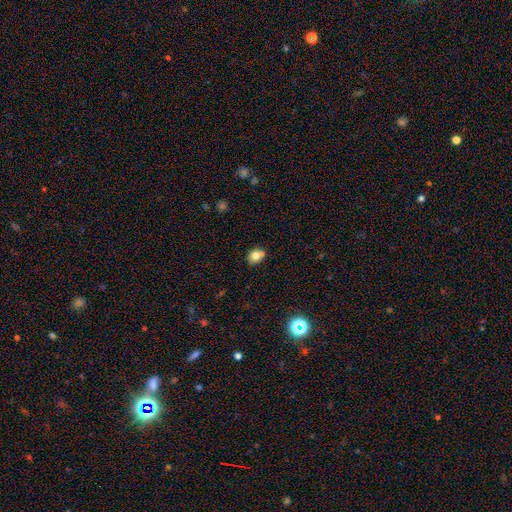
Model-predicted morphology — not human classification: type=smooth (77%); roundness=round (65%); merging=none (57%).